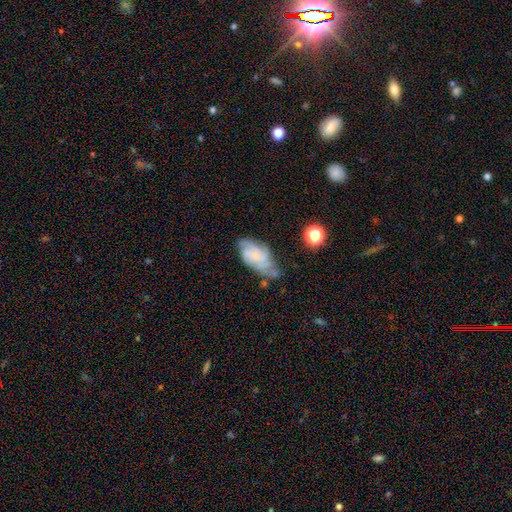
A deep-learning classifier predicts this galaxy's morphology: smooth_or_featured: featured or disk (p=0.60) [alt: smooth p=0.30]
disk_edge_on: no (p=0.96) [alt: yes p=0.04]
bar: no (p=0.71) [alt: weak p=0.24]
has_spiral_arms: yes (p=0.86) [alt: no p=0.14]
bulge_size: small (p=0.54) [alt: none p=0.29]
merging: none (p=0.46) [alt: minor disturbance p=0.33]